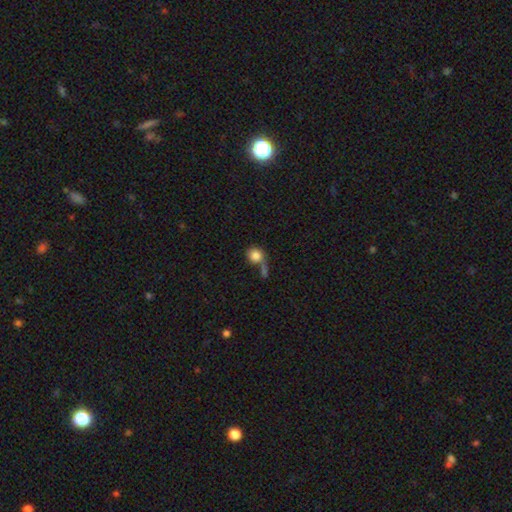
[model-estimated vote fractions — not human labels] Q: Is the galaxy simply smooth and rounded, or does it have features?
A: smooth — 83%.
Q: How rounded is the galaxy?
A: round — 85%.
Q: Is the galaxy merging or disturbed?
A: none — 42%.